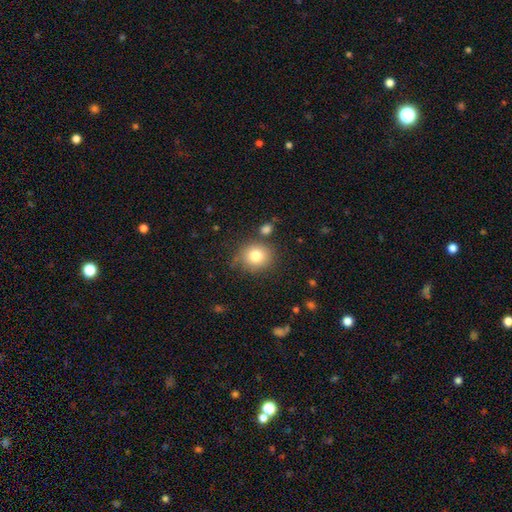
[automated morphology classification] smooth 79%, star or artifact 11%, featured or disk 9%. Down the decision tree: how rounded — round (83%); merging — none (77%).